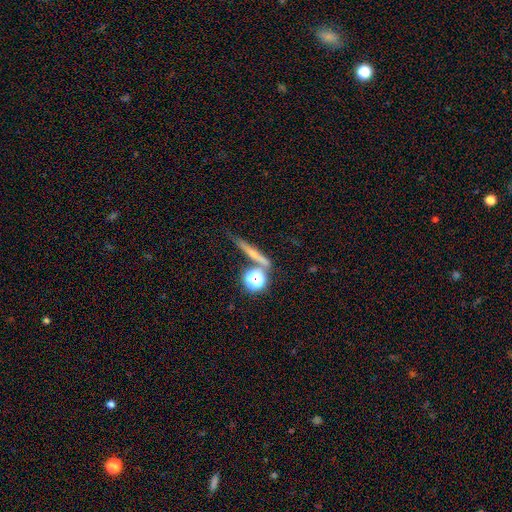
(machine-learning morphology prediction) smooth_or_featured: smooth (p=0.41) [alt: featured or disk p=0.40]
merging: none (p=0.70) [alt: merger p=0.14]